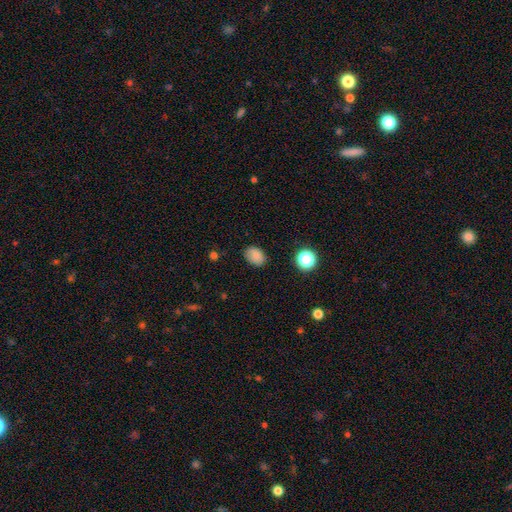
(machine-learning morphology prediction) Smooth or featured? Predicted: smooth (p=0.84). How rounded? Predicted: in between (p=0.70). Merging? Predicted: none (p=0.80).